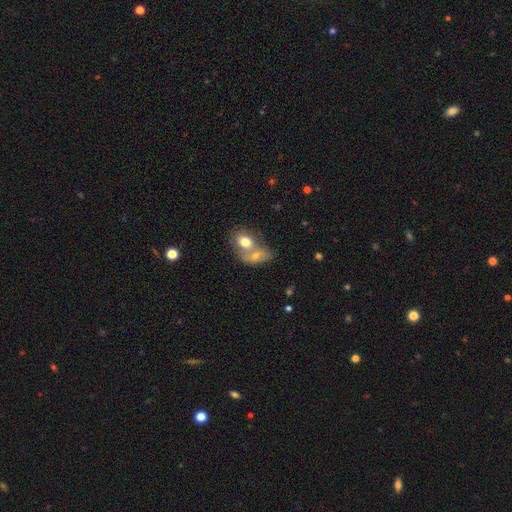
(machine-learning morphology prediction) Smooth or featured? Predicted: smooth (p=0.68). How rounded? Predicted: in between (p=0.64). Merging? Predicted: merger (p=0.65).